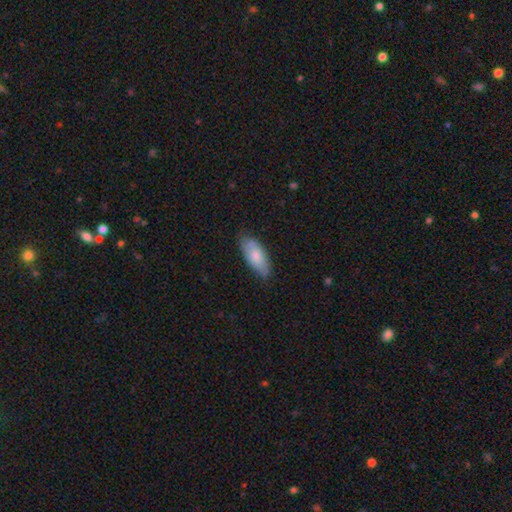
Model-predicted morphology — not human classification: Q: Smooth or featured?
A: smooth (74%); runner-up: featured or disk (20%)
Q: How rounded?
A: in between (84%); runner-up: cigar-shaped (14%)
Q: Merging?
A: none (71%); runner-up: minor disturbance (23%)